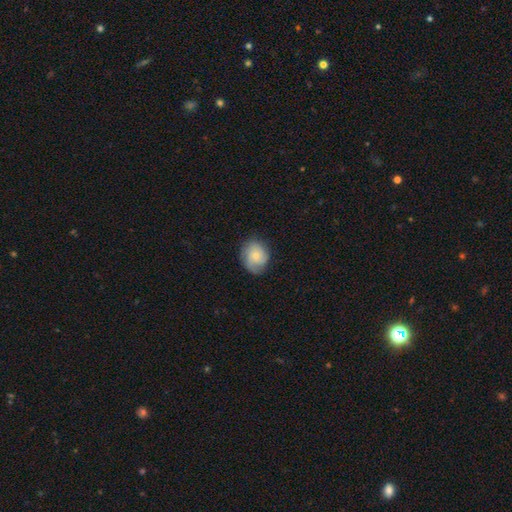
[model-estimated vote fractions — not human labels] Smooth or featured?
  - smooth: 50% *
  - featured or disk: 43%
  - star or artifact: 8%
Merging?
  - none: 74% *
  - minor disturbance: 20%
  - major disturbance: 5%
  - merger: 1%